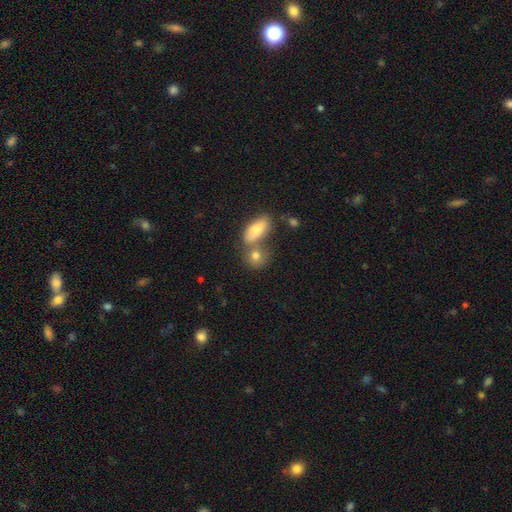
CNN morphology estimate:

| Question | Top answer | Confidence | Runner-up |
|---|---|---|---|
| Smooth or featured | smooth | 78% | featured or disk (13%) |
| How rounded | round | 49% | in between (47%) |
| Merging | none | 44% | merger (43%) |